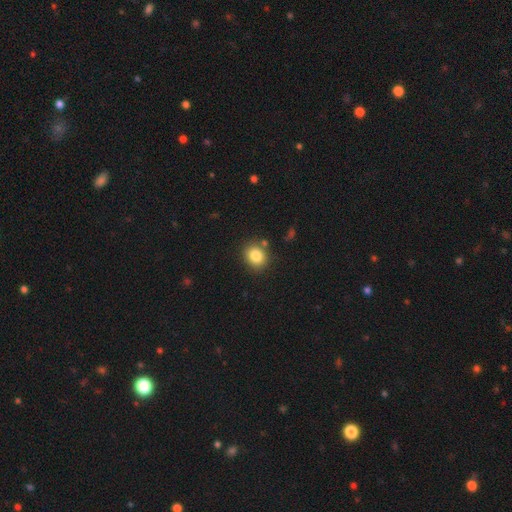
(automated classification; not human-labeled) Morphology: type=smooth (83%); roundness=round (70%); merging=none (83%).